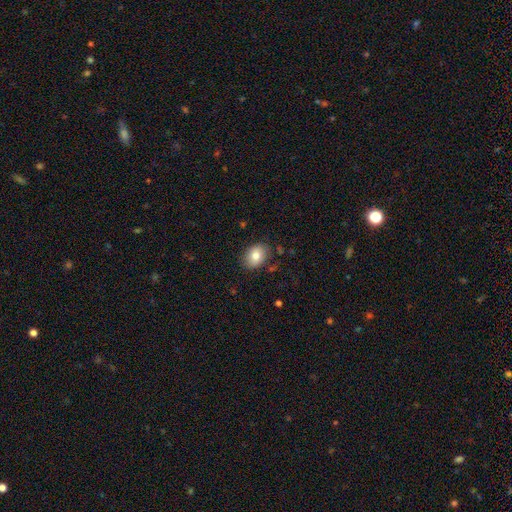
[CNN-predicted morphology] smooth_or_featured: smooth (p=0.81) [alt: featured or disk p=0.11]
how_rounded: in between (p=0.72) [alt: round p=0.27]
merging: none (p=0.84) [alt: minor disturbance p=0.12]